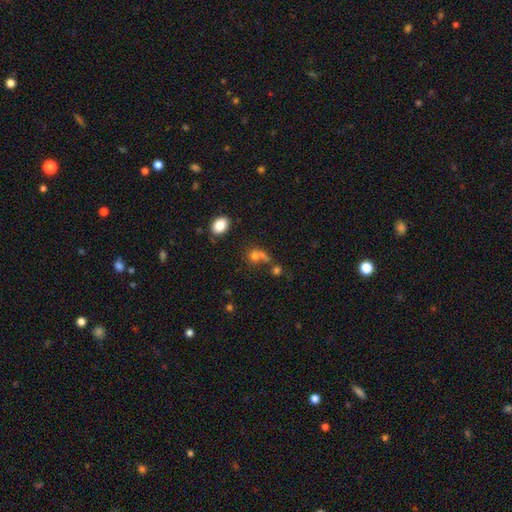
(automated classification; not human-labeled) Q: Smooth or featured?
A: smooth (69%); runner-up: star or artifact (17%)
Q: How rounded?
A: round (69%); runner-up: in between (28%)
Q: Merging?
A: none (39%); runner-up: merger (37%)